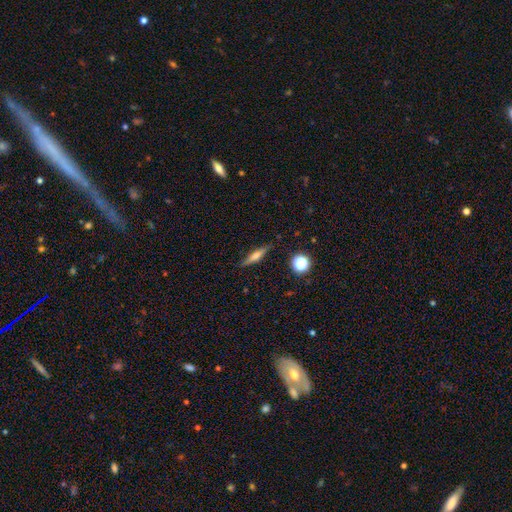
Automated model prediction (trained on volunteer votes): A smooth galaxy with no disk features (51%) that is cigar-shaped (82%). Merging: none (86%).